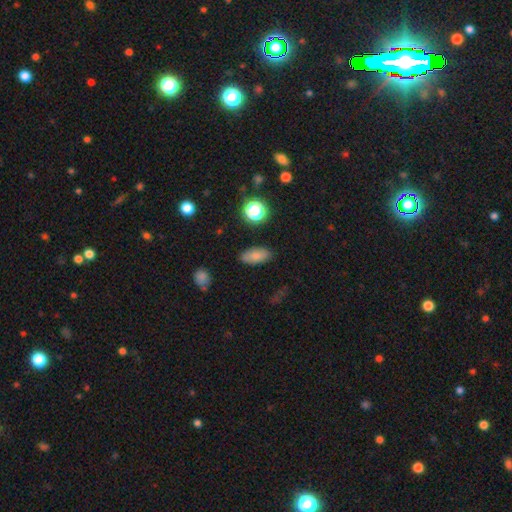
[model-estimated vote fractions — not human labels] Smooth or featured: smooth — 78% (star or artifact — 11%)
How rounded: in between — 87% (cigar-shaped — 7%)
Merging: none — 84% (minor disturbance — 11%)